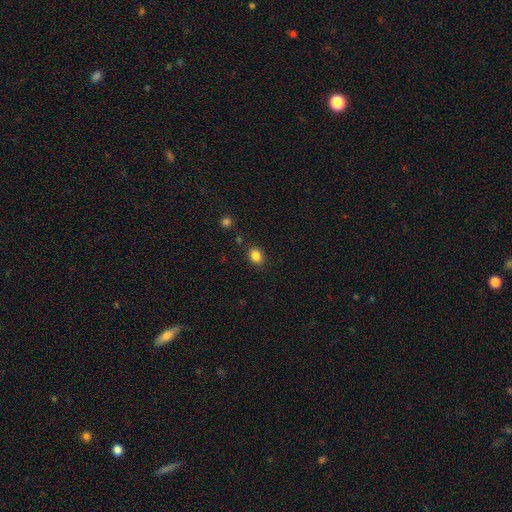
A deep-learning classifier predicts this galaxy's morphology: smooth 85%, star or artifact 11%, featured or disk 4%. Down the decision tree: how rounded — in between (55%); merging — none (85%).